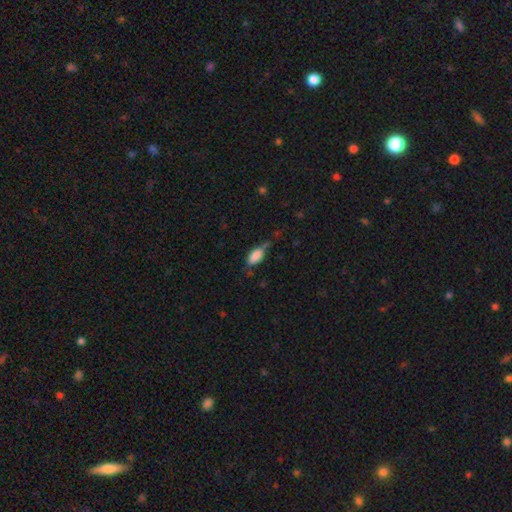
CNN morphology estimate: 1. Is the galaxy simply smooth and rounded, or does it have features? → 80% smooth, 12% featured or disk, 8% star or artifact.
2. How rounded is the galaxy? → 85% in between, 12% cigar-shaped, 3% round.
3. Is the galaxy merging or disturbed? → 47% none, 36% minor disturbance, 12% major disturbance, 5% merger.